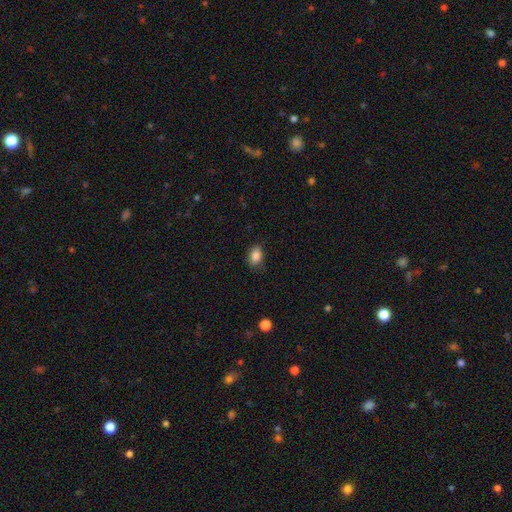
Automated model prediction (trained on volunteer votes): Morphology: type=smooth (87%); roundness=in between (83%); merging=none (83%).